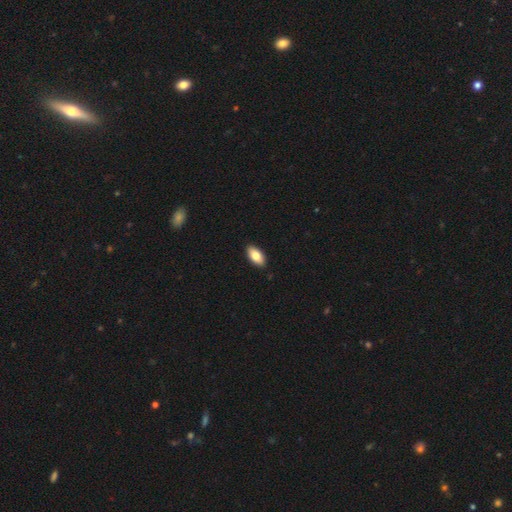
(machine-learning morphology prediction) A smooth galaxy with no disk features (82%) that is in between round and cigar-shaped (93%).

Vote fractions:
- Smooth or featured? smooth: 82% / featured or disk: 11% / star or artifact: 6%
- How rounded? in between: 93% / cigar-shaped: 4% / round: 3%
- Merging? none: 91% / minor disturbance: 7% / major disturbance: 1% / merger: 1%